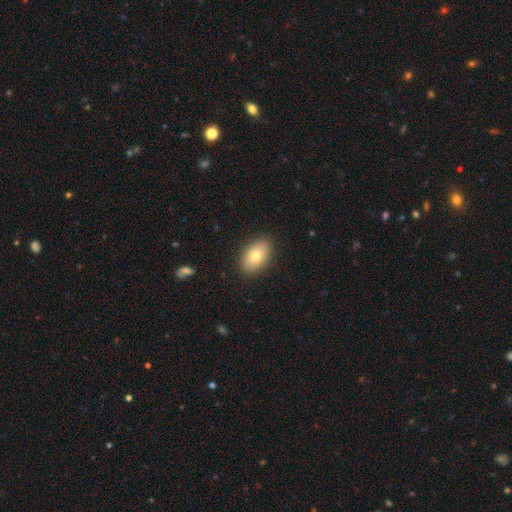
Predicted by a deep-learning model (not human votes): A smooth galaxy with no disk features (77%) that is in between round and cigar-shaped (90%).

Vote fractions:
- Smooth or featured? smooth: 77% / featured or disk: 15% / star or artifact: 7%
- How rounded? in between: 90% / round: 8% / cigar-shaped: 1%
- Merging? none: 87% / minor disturbance: 9% / major disturbance: 2% / merger: 1%